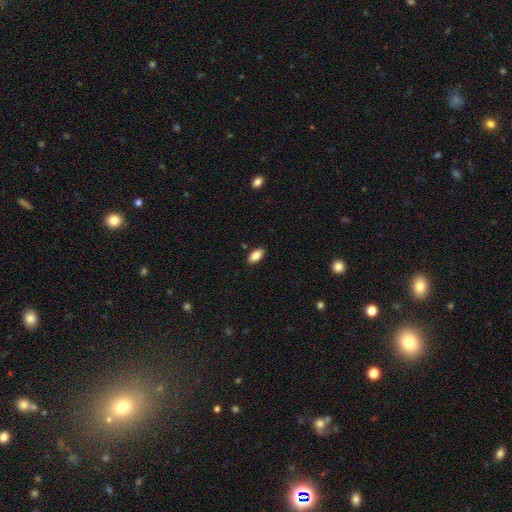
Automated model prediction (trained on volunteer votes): The model was most divided on "smooth or featured": smooth: 82%, featured or disk: 11%, star or artifact: 7%. More confident: how rounded — in between (90%); merging — none (87%).